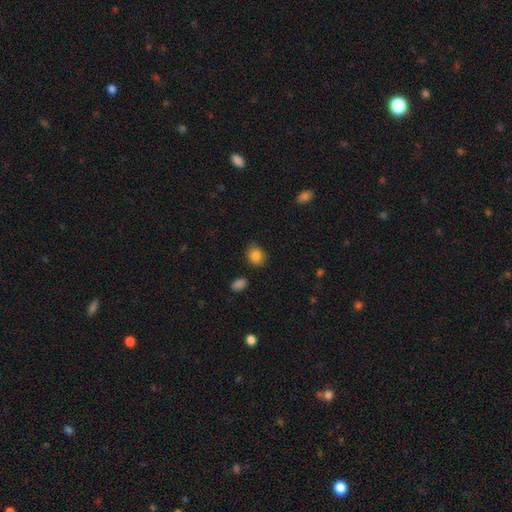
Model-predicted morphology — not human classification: smooth 86%, star or artifact 9%, featured or disk 5%. Down the decision tree: how rounded — round (58%); merging — none (78%).